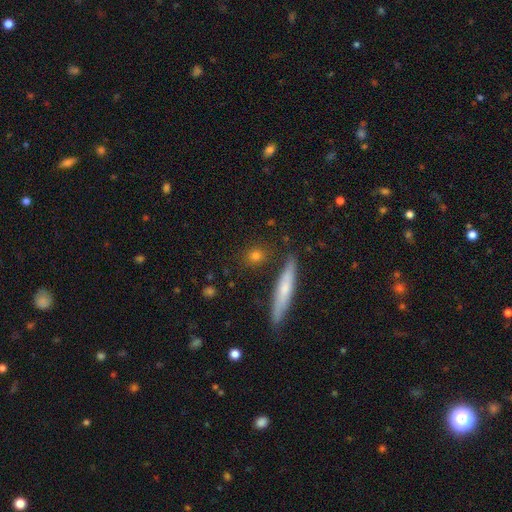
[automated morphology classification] A smooth galaxy with no disk features (70%) that is round (41%).

Vote fractions:
- Smooth or featured? smooth: 70% / featured or disk: 18% / star or artifact: 11%
- How rounded? round: 41% / cigar-shaped: 35% / in between: 23%
- Merging? none: 83% / minor disturbance: 10% / merger: 4% / major disturbance: 3%